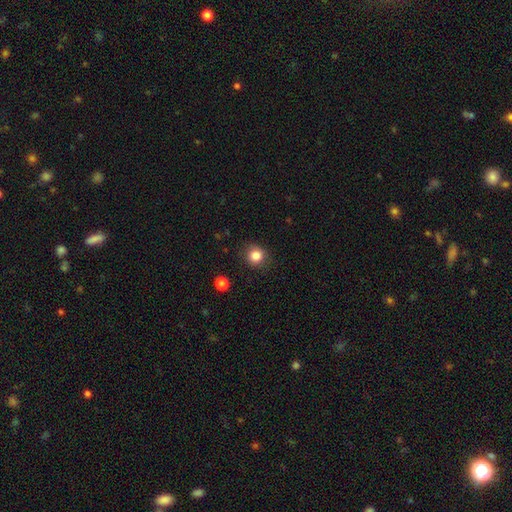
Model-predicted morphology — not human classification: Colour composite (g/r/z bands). It shows a smooth galaxy with no disk features (84%) that is round (88%). Merging: none (86%).